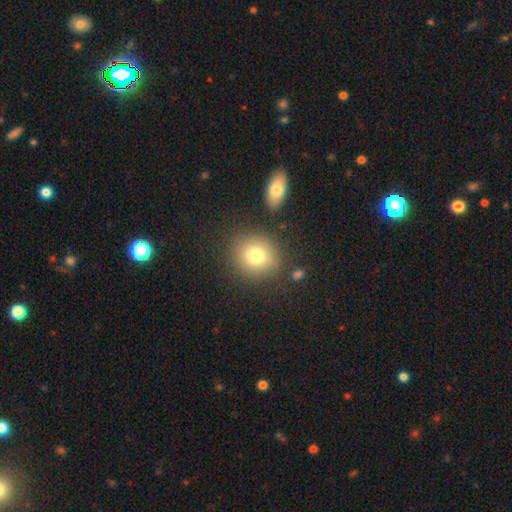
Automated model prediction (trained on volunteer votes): smooth_or_featured: smooth (p=0.78) [alt: star or artifact p=0.12]
how_rounded: round (p=0.83) [alt: in between p=0.16]
merging: none (p=0.83) [alt: minor disturbance p=0.09]